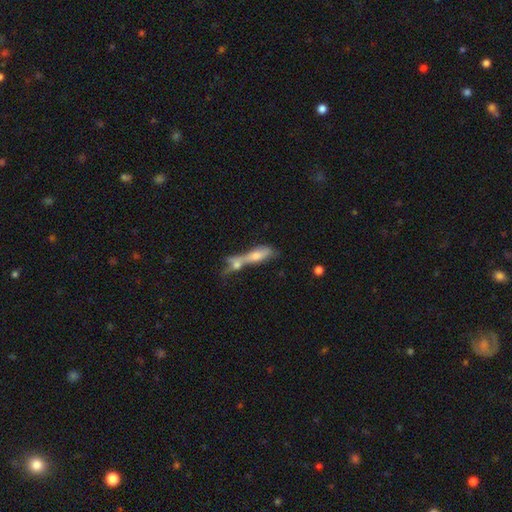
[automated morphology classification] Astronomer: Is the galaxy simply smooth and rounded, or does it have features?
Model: smooth — 52% (runner-up: featured or disk, 38%).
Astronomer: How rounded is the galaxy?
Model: cigar-shaped — 57% (runner-up: in between, 39%).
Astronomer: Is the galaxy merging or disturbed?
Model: merger — 63%.